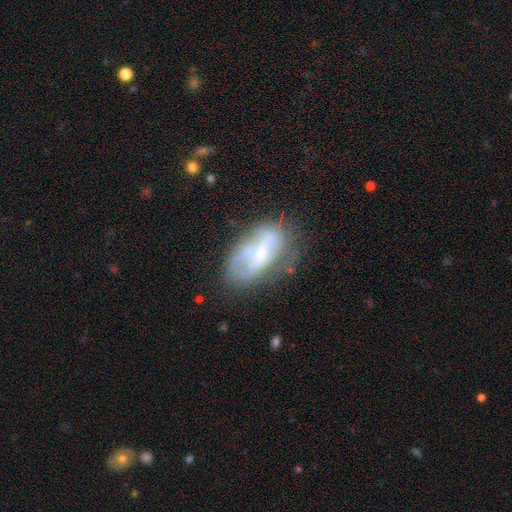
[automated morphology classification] This is possibly a featured or disk galaxy (54%). It is clearly not viewed edge-on (88%). Merging: possibly none (49%).